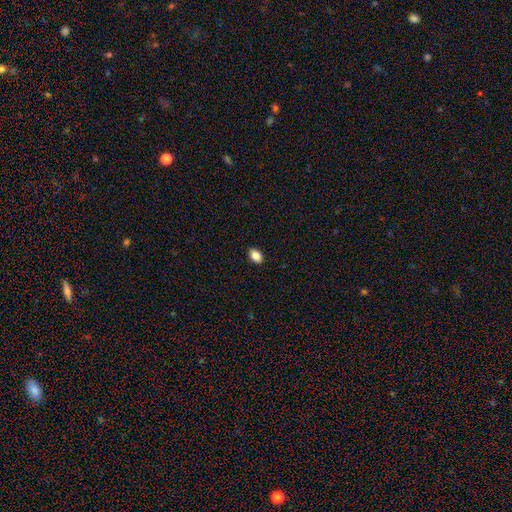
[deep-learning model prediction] smooth_or_featured: smooth (p=0.85) [alt: star or artifact p=0.09]
how_rounded: in between (p=0.86) [alt: round p=0.12]
merging: none (p=0.89) [alt: minor disturbance p=0.08]